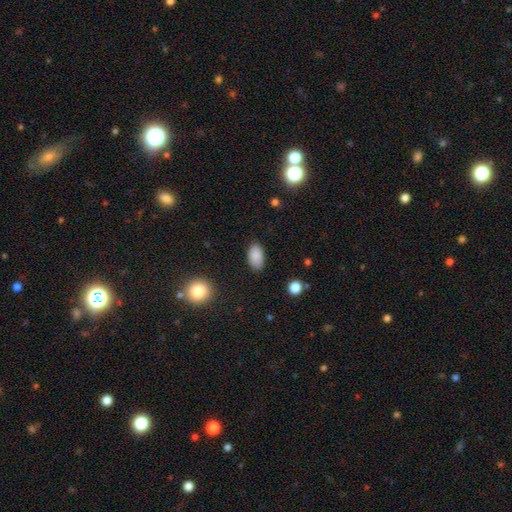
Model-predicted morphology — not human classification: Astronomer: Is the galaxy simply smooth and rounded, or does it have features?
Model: smooth — 87%.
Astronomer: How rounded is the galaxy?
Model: in between — 94%.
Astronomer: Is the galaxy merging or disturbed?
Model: none — 86%.